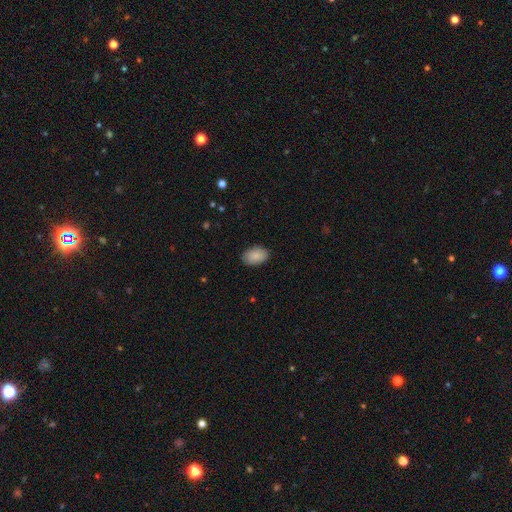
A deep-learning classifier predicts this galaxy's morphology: Q: Smooth or featured?
A: smooth (89%); runner-up: star or artifact (6%)
Q: How rounded?
A: in between (91%); runner-up: round (8%)
Q: Merging?
A: none (87%); runner-up: minor disturbance (10%)